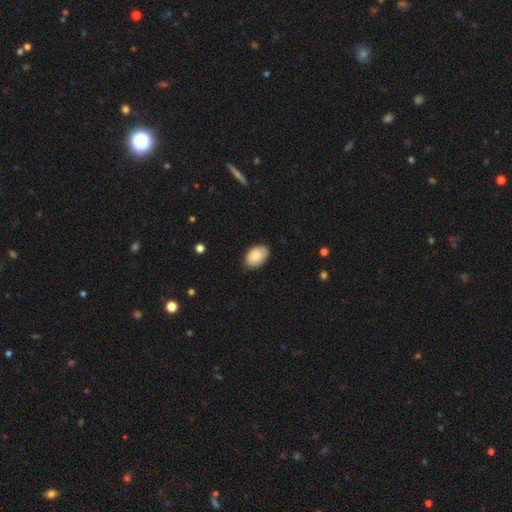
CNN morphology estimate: Smooth or featured?
  - smooth: 86% *
  - featured or disk: 7%
  - star or artifact: 6%
How rounded?
  - in between: 90% *
  - round: 9%
  - cigar-shaped: 1%
Merging?
  - none: 83% *
  - minor disturbance: 13%
  - major disturbance: 2%
  - merger: 1%